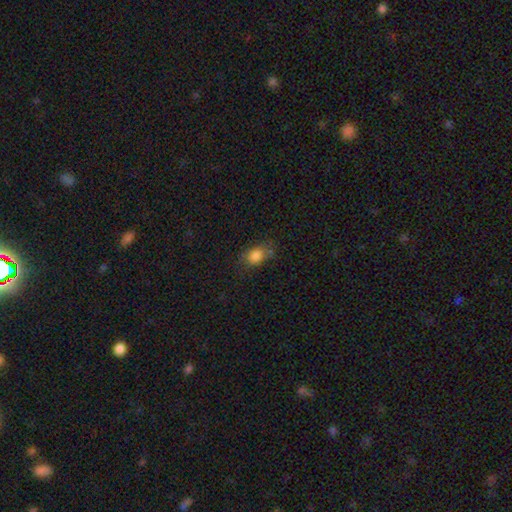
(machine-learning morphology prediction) Q: Smooth or featured?
A: smooth (82%); runner-up: star or artifact (10%)
Q: How rounded?
A: in between (70%); runner-up: round (28%)
Q: Merging?
A: none (59%); runner-up: minor disturbance (27%)